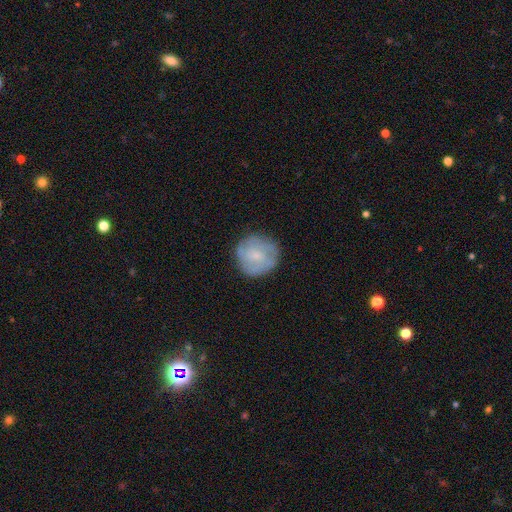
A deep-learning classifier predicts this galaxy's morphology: smooth_or_featured: smooth (p=0.48) [alt: featured or disk p=0.45]
merging: none (p=0.79) [alt: minor disturbance p=0.15]